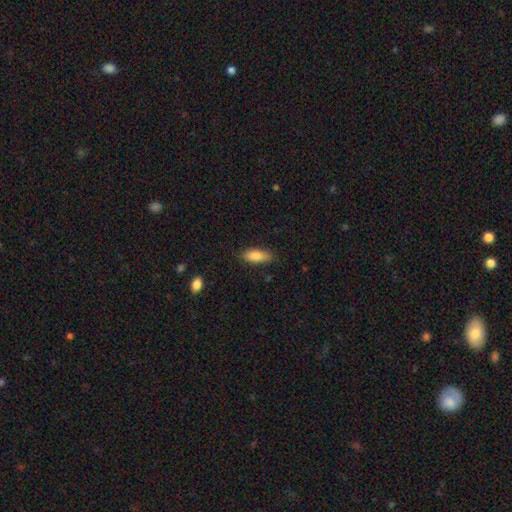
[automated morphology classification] Smooth or featured? Predicted: smooth (p=0.84). How rounded? Predicted: in between (p=0.70). Merging? Predicted: none (p=0.82).